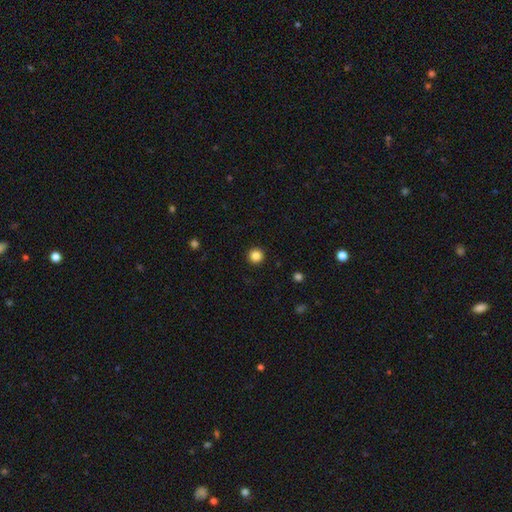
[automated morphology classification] The model was most divided on "smooth or featured": smooth: 85%, star or artifact: 11%, featured or disk: 4%. More confident: how rounded — round (96%); merging — none (94%).